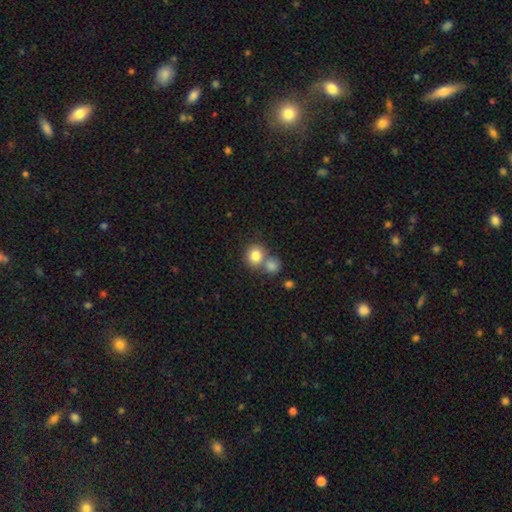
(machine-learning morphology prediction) Smooth or featured?
  - smooth: 82% *
  - star or artifact: 10%
  - featured or disk: 8%
How rounded?
  - round: 81% *
  - in between: 18%
  - cigar-shaped: 1%
Merging?
  - none: 51% *
  - merger: 38%
  - minor disturbance: 8%
  - major disturbance: 3%